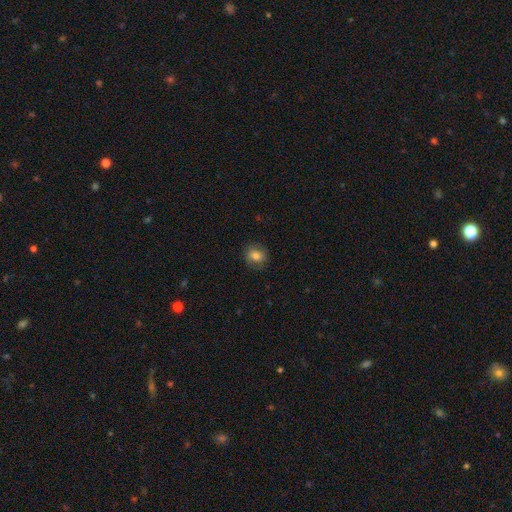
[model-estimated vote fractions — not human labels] Morphology: type=smooth (75%); roundness=round (73%); merging=none (82%).